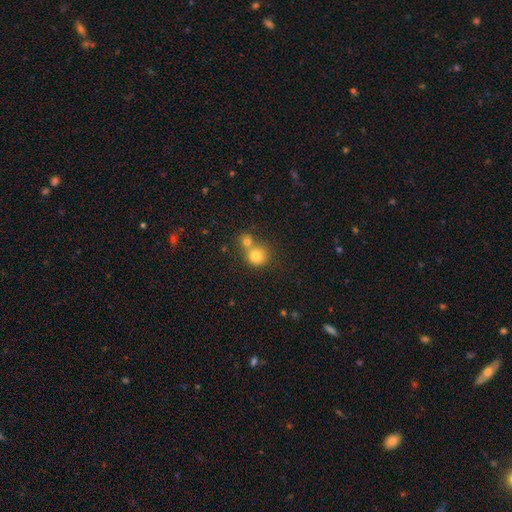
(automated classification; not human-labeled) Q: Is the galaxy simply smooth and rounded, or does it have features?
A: smooth — 77%.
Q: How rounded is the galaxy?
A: round — 86%.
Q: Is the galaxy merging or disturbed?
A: merger — 46%.